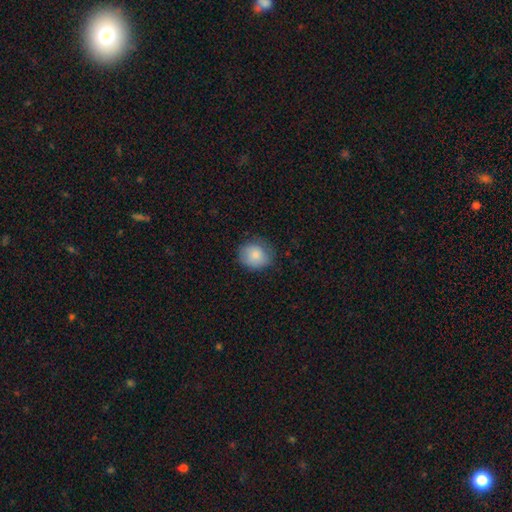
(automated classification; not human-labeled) Q: Smooth or featured?
A: smooth (84%); runner-up: featured or disk (9%)
Q: How rounded?
A: round (73%); runner-up: in between (27%)
Q: Merging?
A: none (77%); runner-up: minor disturbance (18%)